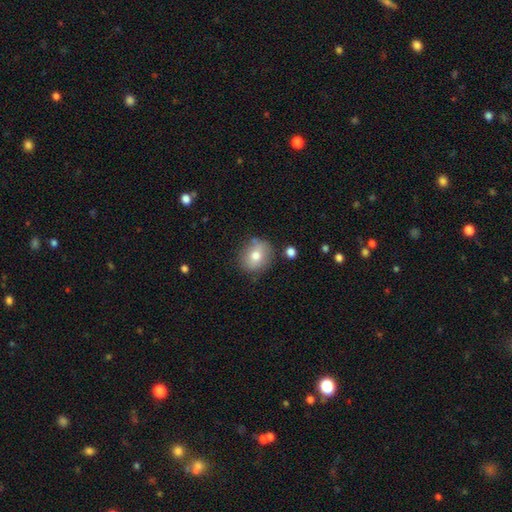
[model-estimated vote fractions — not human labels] Q: Smooth or featured?
A: smooth (74%); runner-up: featured or disk (17%)
Q: How rounded?
A: round (69%); runner-up: in between (30%)
Q: Merging?
A: none (77%); runner-up: minor disturbance (15%)